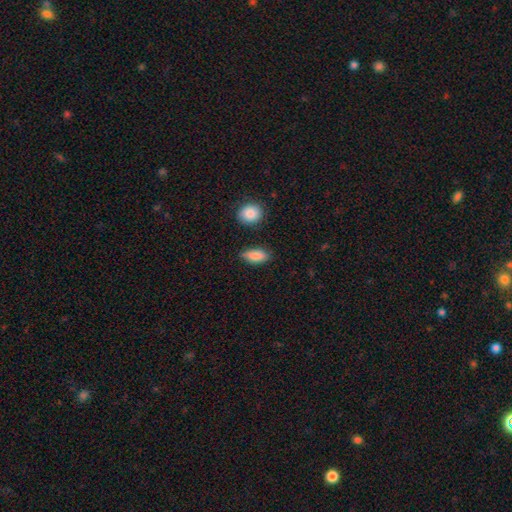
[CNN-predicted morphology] This appears to be a smooth galaxy with no disk features (86%) that is in between round and cigar-shaped (85%). Merging: none (78%).